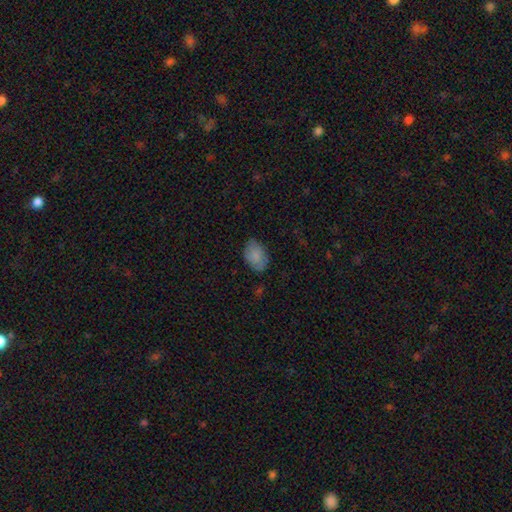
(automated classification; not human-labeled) Overall: smooth (84%). How rounded: in between (86%). Merging: none (74%).